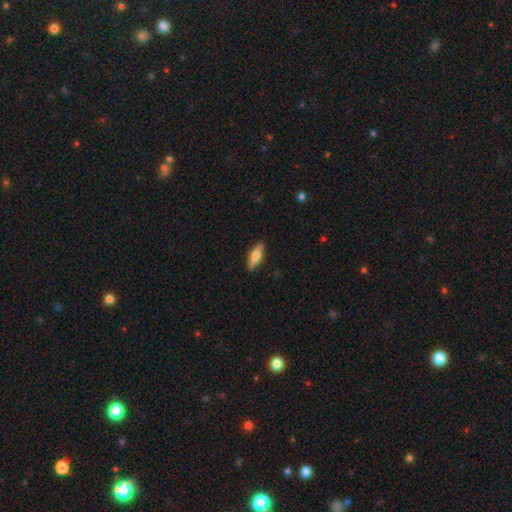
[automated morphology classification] This is likely a smooth galaxy (62%). How rounded: possibly cigar-shaped (59%). Merging: clearly none (88%).